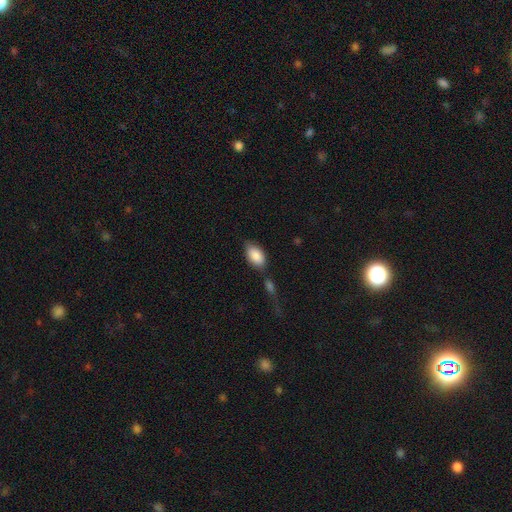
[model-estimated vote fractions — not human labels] A smooth galaxy with no disk features (87%) that is in between round and cigar-shaped (94%).

Vote fractions:
- Smooth or featured? smooth: 87% / featured or disk: 7% / star or artifact: 6%
- How rounded? in between: 94% / round: 4% / cigar-shaped: 2%
- Merging? none: 59% / minor disturbance: 18% / merger: 15% / major disturbance: 8%